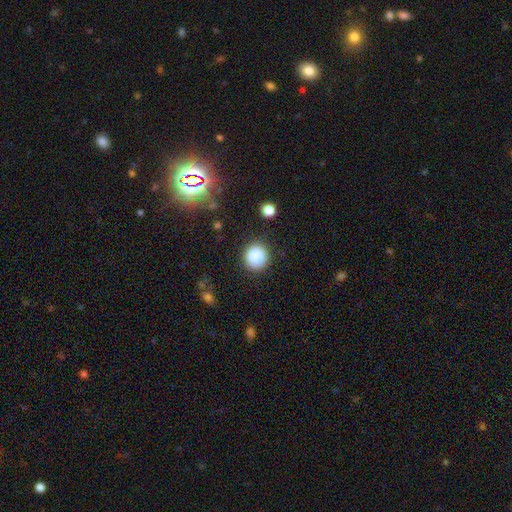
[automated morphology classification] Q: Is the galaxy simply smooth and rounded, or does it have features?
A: smooth — 86%.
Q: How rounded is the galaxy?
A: round — 88%.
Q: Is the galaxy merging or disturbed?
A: none — 83%.